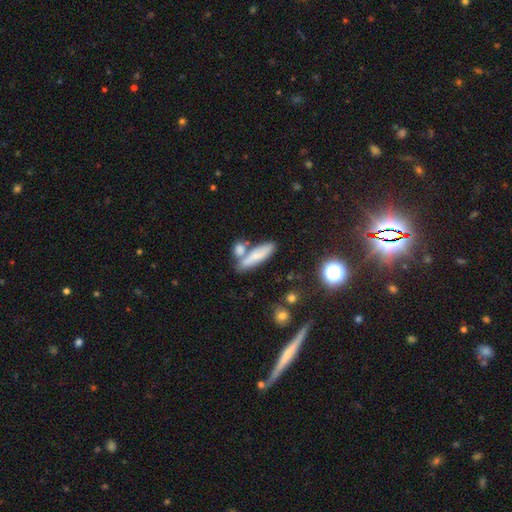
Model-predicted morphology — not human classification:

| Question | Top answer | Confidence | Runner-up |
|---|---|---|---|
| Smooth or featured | smooth | 69% | featured or disk (21%) |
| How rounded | cigar-shaped | 58% | in between (38%) |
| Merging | none | 53% | merger (30%) |